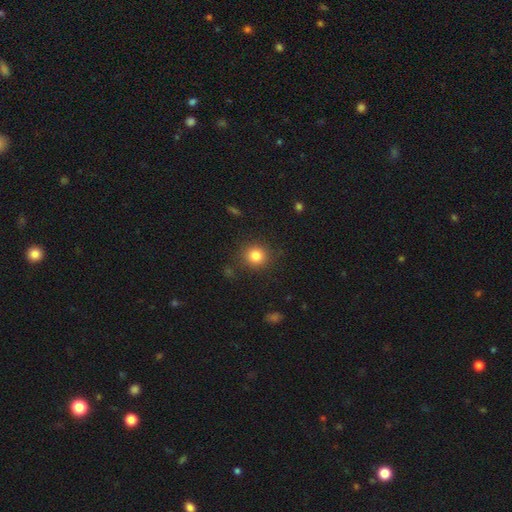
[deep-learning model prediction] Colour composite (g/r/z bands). It shows a smooth galaxy with no disk features (83%) that is round (89%). Merging: none (87%).